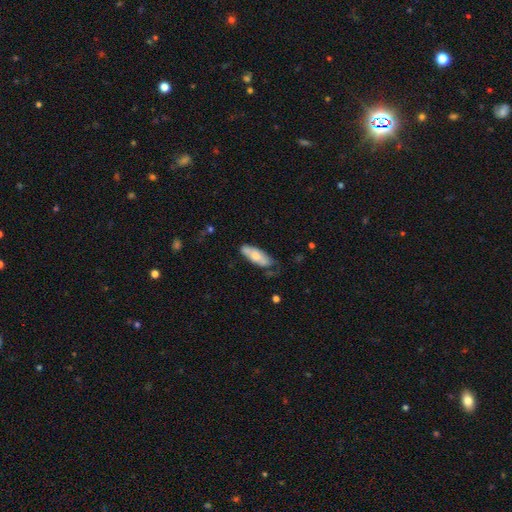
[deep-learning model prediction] smooth-or-featured: smooth: 66% | featured or disk: 28% | star or artifact: 6%
  how-rounded: in between: 71% | cigar-shaped: 27% | round: 2%
  merging: none: 55% | minor disturbance: 32% | major disturbance: 9% | merger: 4%